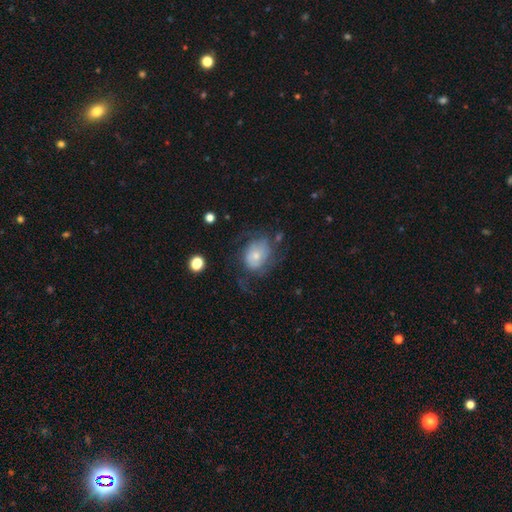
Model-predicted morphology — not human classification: A smooth galaxy with no disk features (48%). Merging: none (44%).